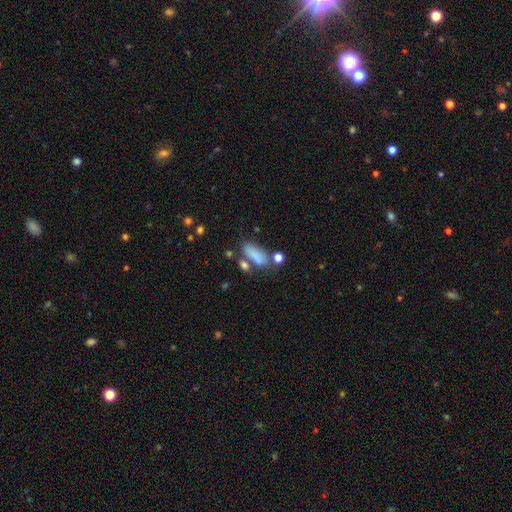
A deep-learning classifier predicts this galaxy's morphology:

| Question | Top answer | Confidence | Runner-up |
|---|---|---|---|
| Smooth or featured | smooth | 79% | featured or disk (11%) |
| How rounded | in between | 71% | cigar-shaped (24%) |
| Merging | none | 52% | merger (20%) |